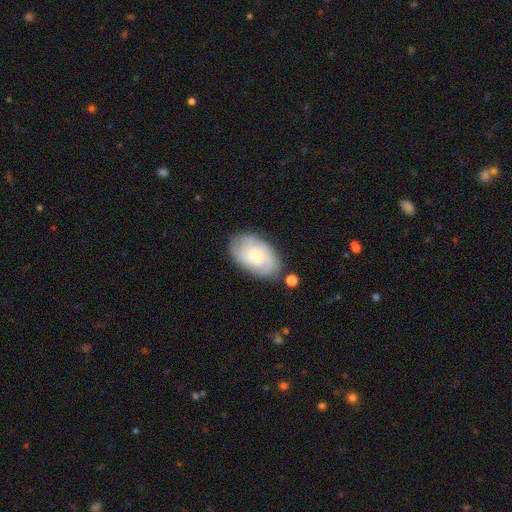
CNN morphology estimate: A featured or disk galaxy (59%) with no bar (69%), tight (61%) spiral arms (89%) and a small central bulge (63%). Merging: none (77%).